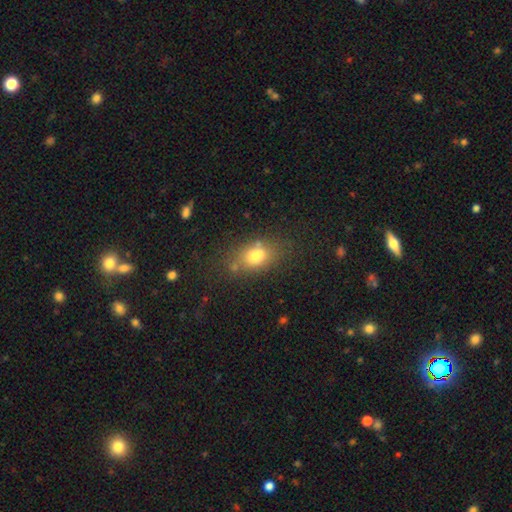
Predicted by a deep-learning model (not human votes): This is likely a smooth galaxy (73%). How rounded: likely in between (77%). Merging: likely none (64%).